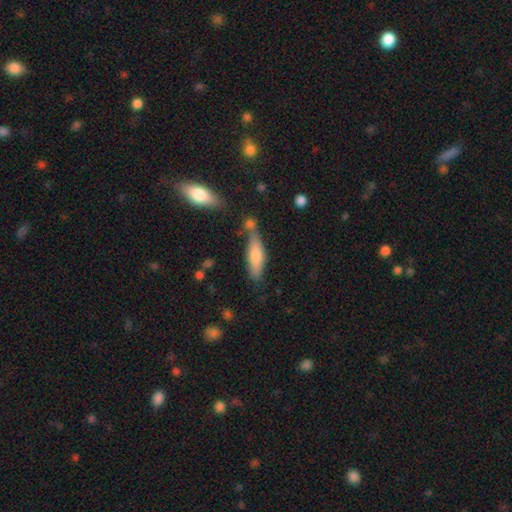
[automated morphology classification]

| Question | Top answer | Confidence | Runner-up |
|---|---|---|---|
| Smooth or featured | smooth | 62% | featured or disk (30%) |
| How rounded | cigar-shaped | 64% | in between (34%) |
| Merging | none | 67% | minor disturbance (17%) |